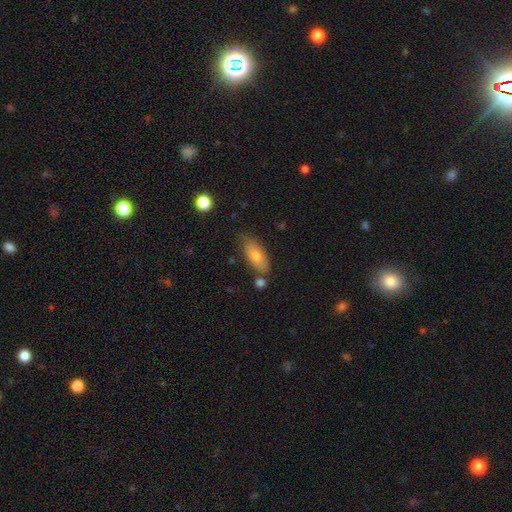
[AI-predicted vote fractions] A smooth galaxy with no disk features (75%) that is in between round and cigar-shaped (75%). Merging: none (72%).